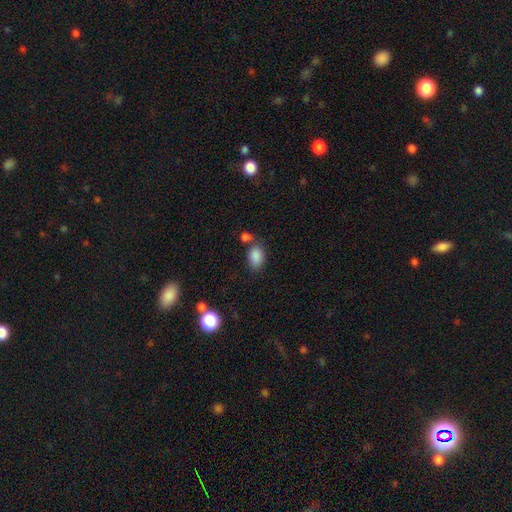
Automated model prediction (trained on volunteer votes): Smooth or featured: smooth — 86% (star or artifact — 9%)
How rounded: in between — 86% (round — 12%)
Merging: none — 58% (merger — 21%)